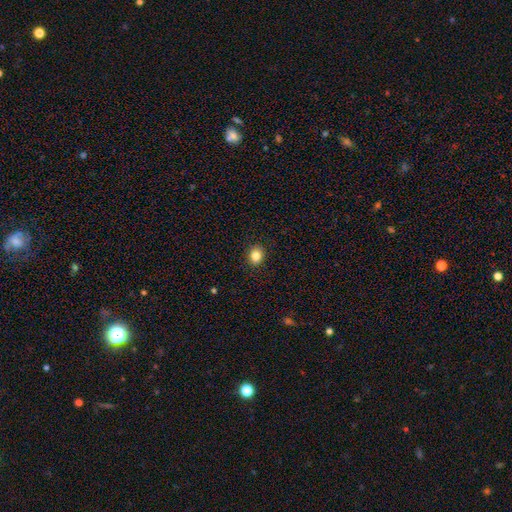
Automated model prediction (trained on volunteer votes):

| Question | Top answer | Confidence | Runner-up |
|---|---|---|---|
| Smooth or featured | smooth | 84% | star or artifact (10%) |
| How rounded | round | 54% | in between (45%) |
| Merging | none | 90% | minor disturbance (7%) |